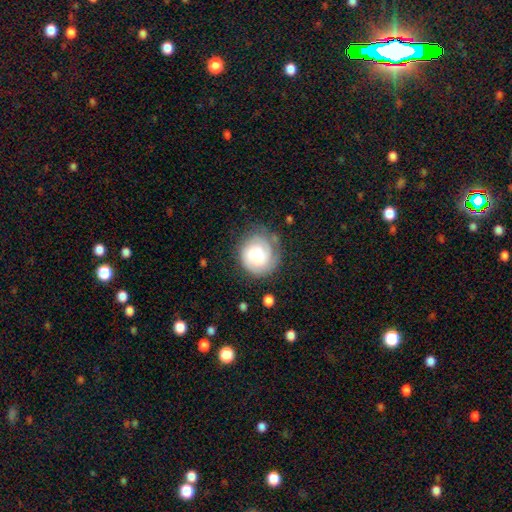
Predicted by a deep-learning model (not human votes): smooth_or_featured: featured or disk (p=0.50) [alt: smooth p=0.42]
disk_edge_on: no (p=0.98) [alt: yes p=0.02]
merging: none (p=0.66) [alt: minor disturbance p=0.21]